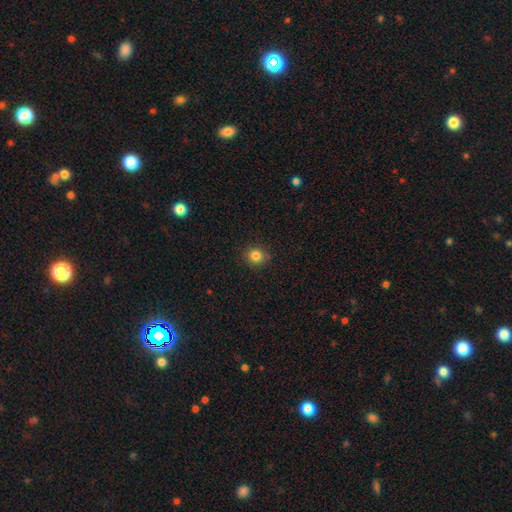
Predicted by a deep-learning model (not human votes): Overall: smooth (83%). How rounded: round (83%). Merging: none (87%).